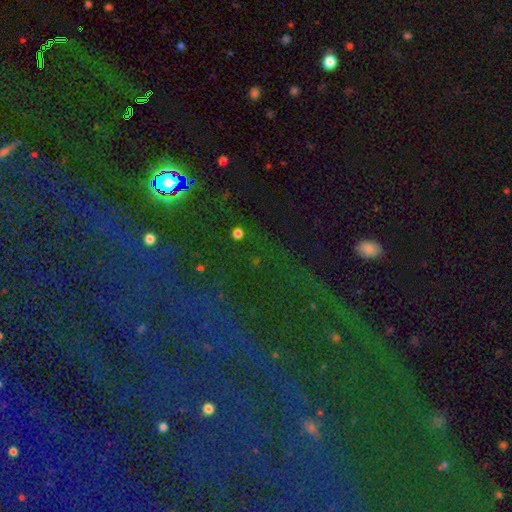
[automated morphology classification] smooth_or_featured: star or artifact (p=0.81) [alt: smooth p=0.10]